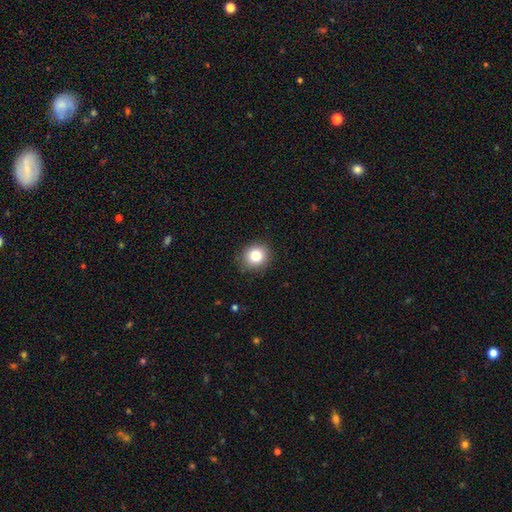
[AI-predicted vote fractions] A smooth galaxy with no disk features (82%) that is round (81%). Merging: none (87%).